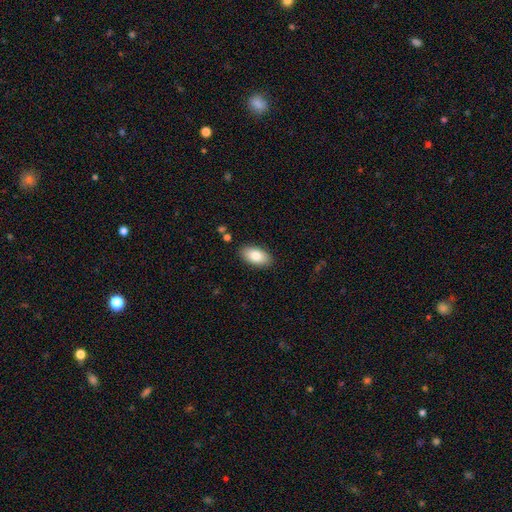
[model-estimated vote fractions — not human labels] Smooth or featured? smooth (83%)
How rounded? in between (94%)
Merging? none (88%)